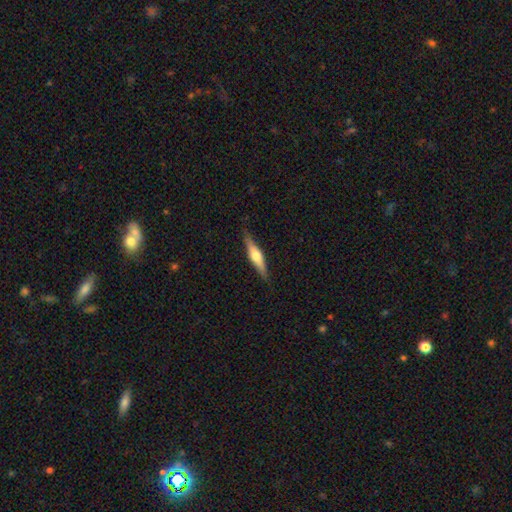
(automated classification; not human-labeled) This is possibly a featured or disk galaxy (57%). It is clearly viewed edge-on (95%). Edge-on bulge: clearly rounded (90%). Merging: clearly none (87%).